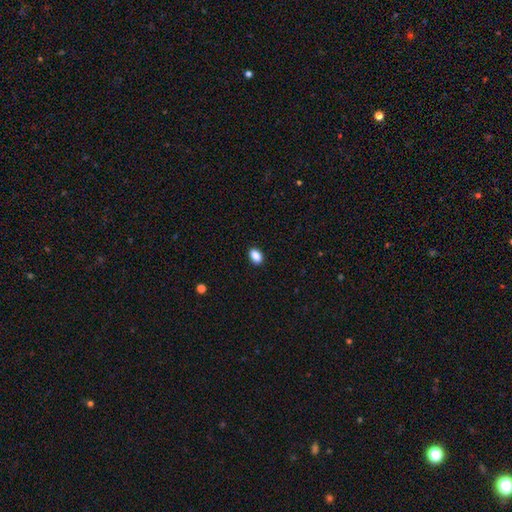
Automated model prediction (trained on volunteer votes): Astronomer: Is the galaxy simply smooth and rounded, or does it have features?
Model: smooth — 88%.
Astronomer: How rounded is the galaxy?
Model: in between — 87%.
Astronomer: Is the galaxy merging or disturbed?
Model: none — 90%.